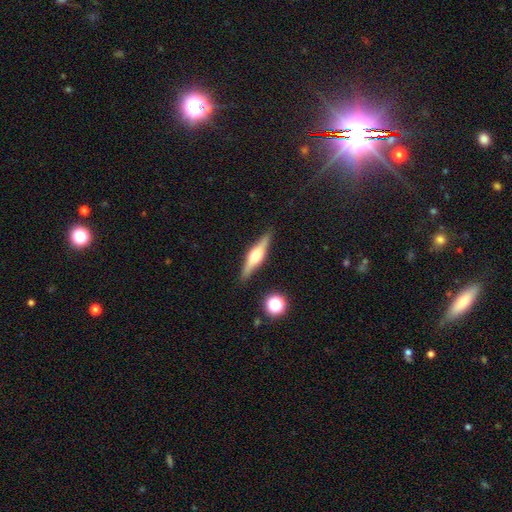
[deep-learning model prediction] featured or disk 68%, smooth 26%, star or artifact 7%. Down the decision tree: edge-on disk — yes (96%); edge-on bulge — rounded (90%); merging — none (88%).